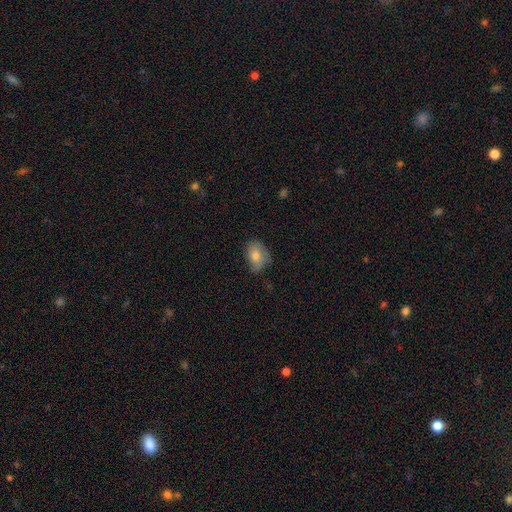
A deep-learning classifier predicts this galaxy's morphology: smooth_or_featured: smooth (p=0.69) [alt: featured or disk p=0.22]
how_rounded: in between (p=0.75) [alt: round p=0.23]
merging: none (p=0.54) [alt: minor disturbance p=0.33]